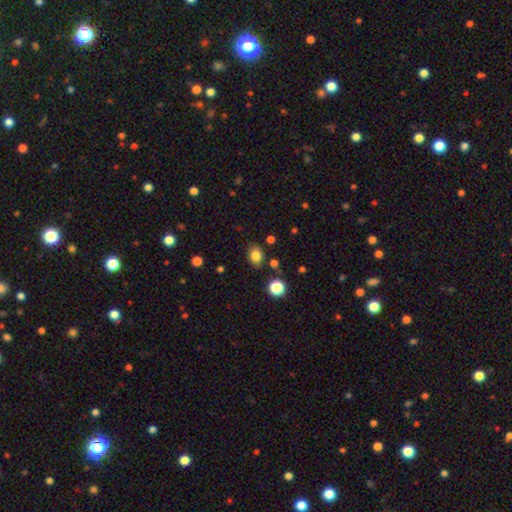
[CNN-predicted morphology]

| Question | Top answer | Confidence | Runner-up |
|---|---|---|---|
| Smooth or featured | smooth | 82% | star or artifact (11%) |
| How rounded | in between | 66% | round (33%) |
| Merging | none | 82% | minor disturbance (11%) |